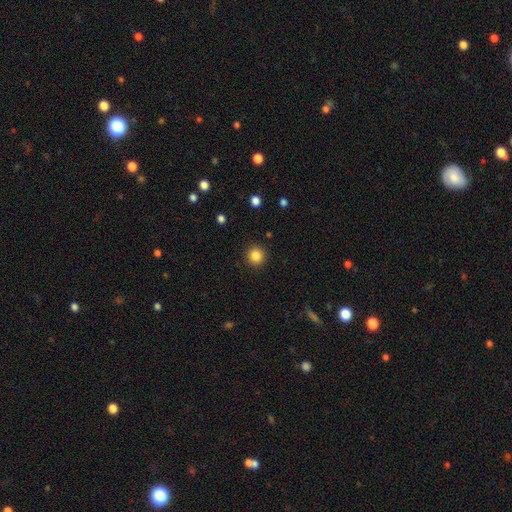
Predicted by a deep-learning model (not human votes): smooth-or-featured: smooth: 85% | star or artifact: 11% | featured or disk: 4%
  how-rounded: round: 94% | in between: 5% | cigar-shaped: 1%
  merging: none: 92% | minor disturbance: 5% | major disturbance: 2% | merger: 1%